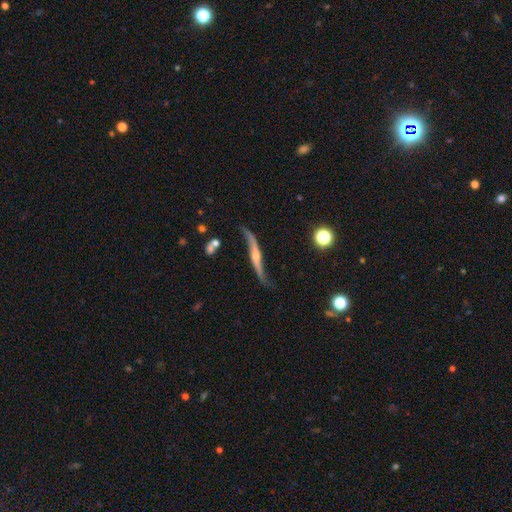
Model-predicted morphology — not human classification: type=featured or disk (85%); edge-on=yes (51%); merging=none (63%).